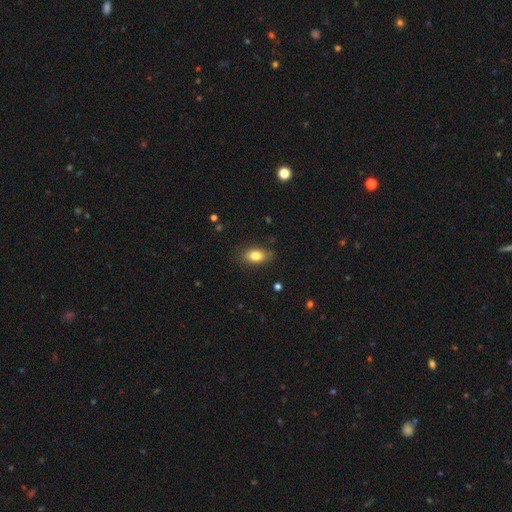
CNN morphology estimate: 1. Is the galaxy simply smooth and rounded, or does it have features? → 82% smooth, 10% featured or disk, 9% star or artifact.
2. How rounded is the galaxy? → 88% in between, 9% round, 3% cigar-shaped.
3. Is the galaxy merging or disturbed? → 84% none, 12% minor disturbance, 3% major disturbance, 1% merger.